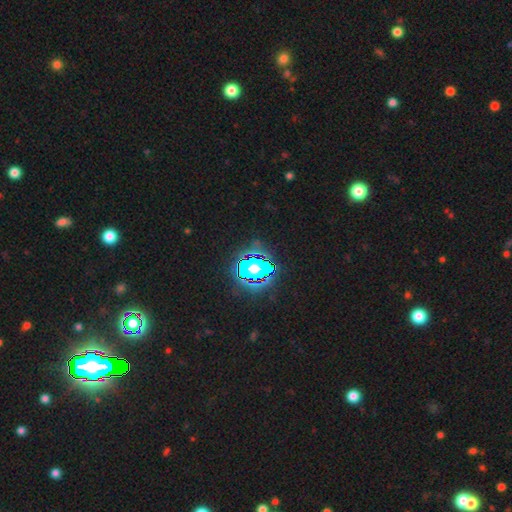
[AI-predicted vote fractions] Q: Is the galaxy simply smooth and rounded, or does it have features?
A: star or artifact — 82%.